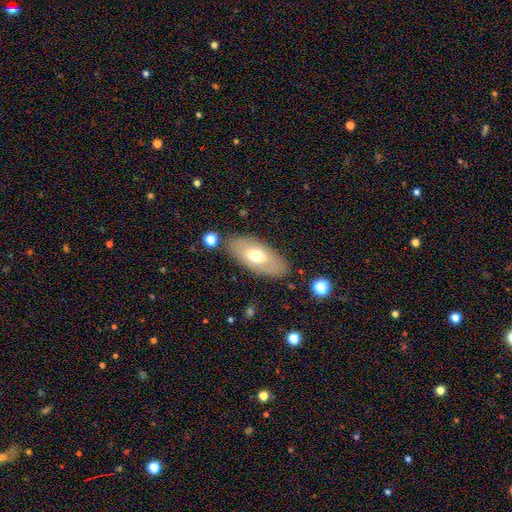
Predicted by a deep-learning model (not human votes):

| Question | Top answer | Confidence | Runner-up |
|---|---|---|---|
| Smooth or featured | smooth | 62% | featured or disk (31%) |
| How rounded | in between | 89% | cigar-shaped (7%) |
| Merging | none | 82% | minor disturbance (11%) |